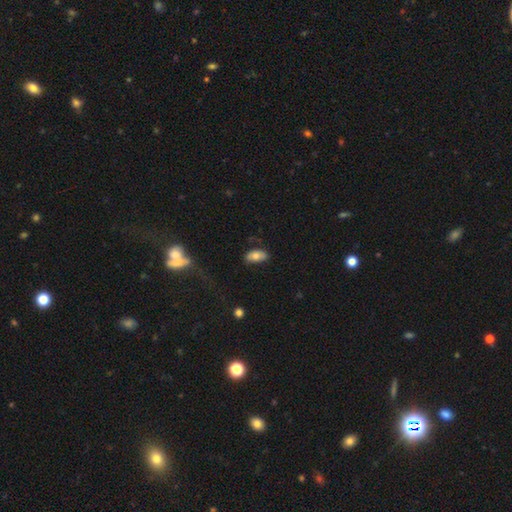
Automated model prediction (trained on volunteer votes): A smooth galaxy with no disk features (74%) that is in between round and cigar-shaped (93%). Merging: none (69%).